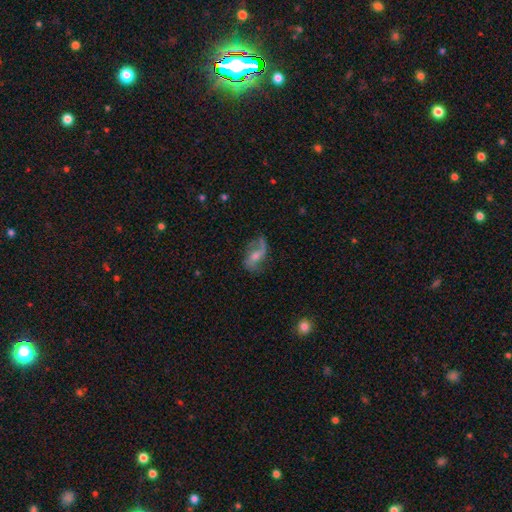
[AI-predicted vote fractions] Morphology: type=featured or disk (76%); edge-on=no (95%); bar=weak (45%); spiral arms=yes (92%); winding=loose (70%); arm count=2 (80%); bulge=moderate (48%); merging=none (64%).